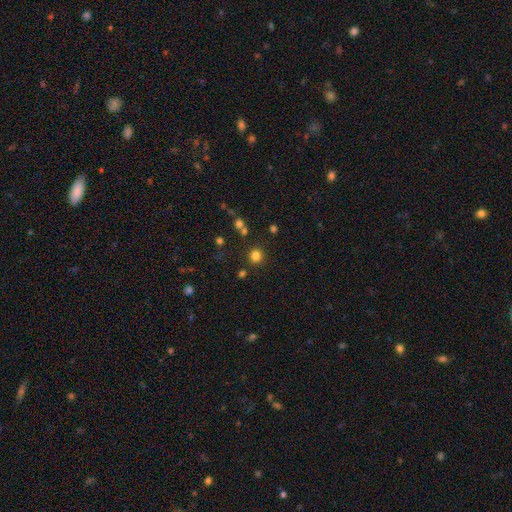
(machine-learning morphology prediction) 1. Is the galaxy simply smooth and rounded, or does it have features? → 80% smooth, 15% star or artifact, 5% featured or disk.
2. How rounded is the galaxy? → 92% round, 7% in between, 1% cigar-shaped.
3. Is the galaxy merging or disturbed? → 86% none, 7% minor disturbance, 5% merger, 3% major disturbance.